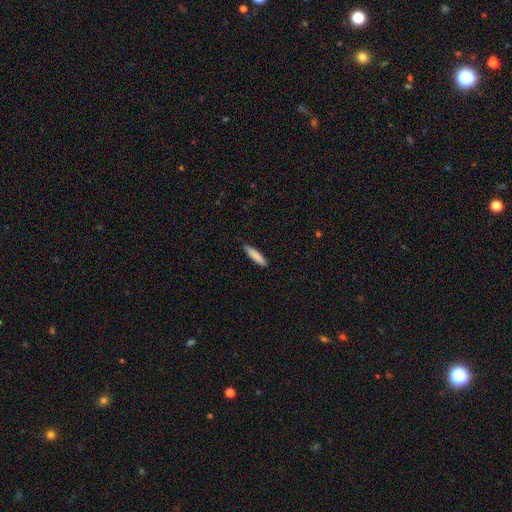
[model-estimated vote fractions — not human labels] A smooth galaxy with no disk features (86%) that is cigar-shaped (81%). Merging: none (88%).